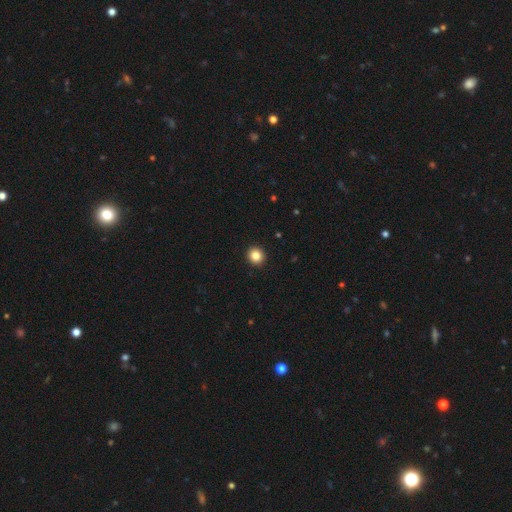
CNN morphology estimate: Smooth or featured: smooth — 84% (star or artifact — 11%)
How rounded: round — 90% (in between — 9%)
Merging: none — 93% (minor disturbance — 4%)